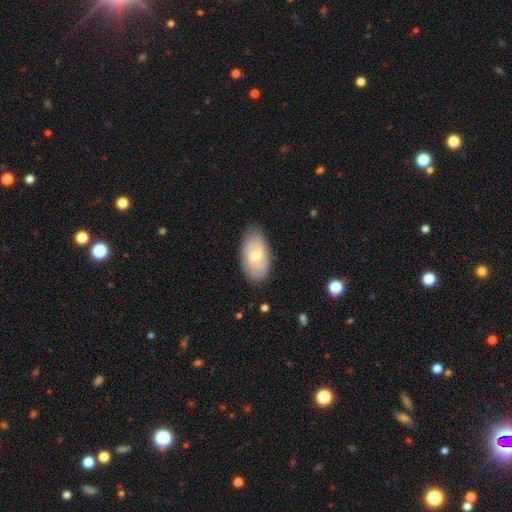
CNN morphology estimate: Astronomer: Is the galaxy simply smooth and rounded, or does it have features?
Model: smooth — 49% (runner-up: featured or disk, 45%).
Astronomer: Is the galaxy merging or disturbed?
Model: none — 79%.